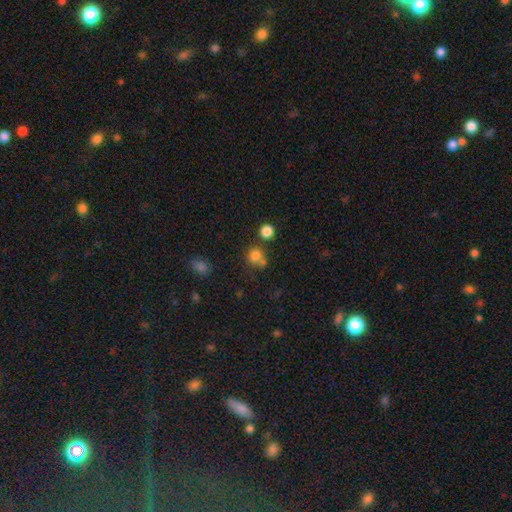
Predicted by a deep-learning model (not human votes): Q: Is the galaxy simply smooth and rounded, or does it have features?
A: smooth — 78%.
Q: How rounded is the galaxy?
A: round — 82%.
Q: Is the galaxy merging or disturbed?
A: none — 57%.